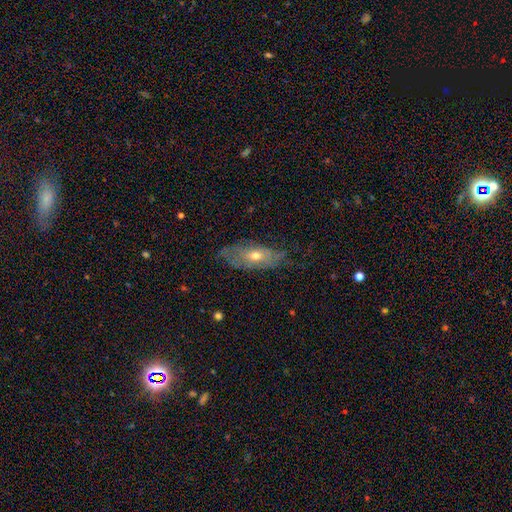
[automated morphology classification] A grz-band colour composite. It shows a featured or disk galaxy (52%). Merging: none (58%).